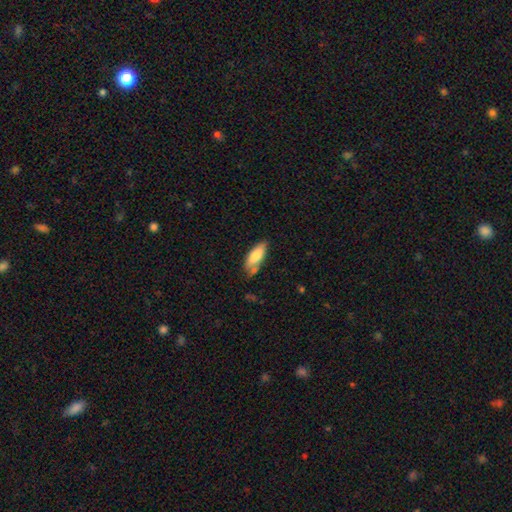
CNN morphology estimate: This appears to be a smooth galaxy with no disk features (77%) that is in between round and cigar-shaped (69%). Merging: none (55%).